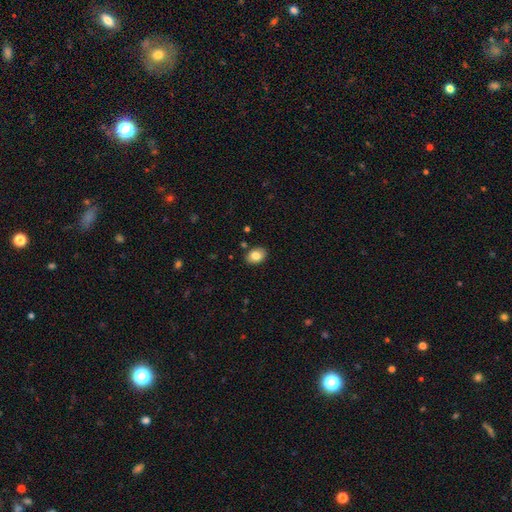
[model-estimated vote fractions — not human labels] smooth-or-featured: smooth: 83% | featured or disk: 9% | star or artifact: 8%
  how-rounded: in between: 74% | round: 25% | cigar-shaped: 1%
  merging: none: 87% | minor disturbance: 9% | merger: 2% | major disturbance: 2%